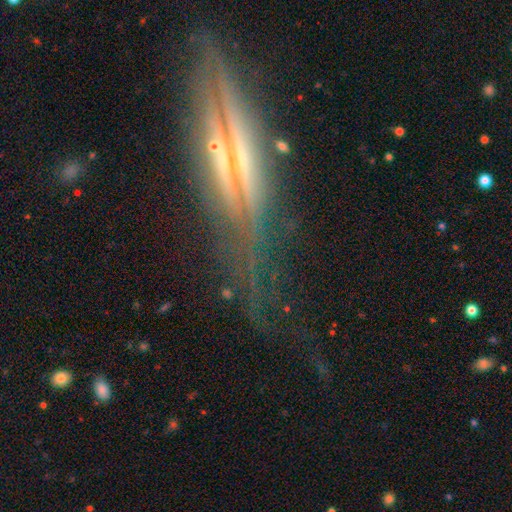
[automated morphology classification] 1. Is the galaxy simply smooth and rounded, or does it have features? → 66% featured or disk, 18% star or artifact, 15% smooth.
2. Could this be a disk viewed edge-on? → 86% yes, 14% no.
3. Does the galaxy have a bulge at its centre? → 56% rounded, 25% none, 18% boxy.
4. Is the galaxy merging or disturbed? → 65% none, 19% minor disturbance, 12% major disturbance, 4% merger.